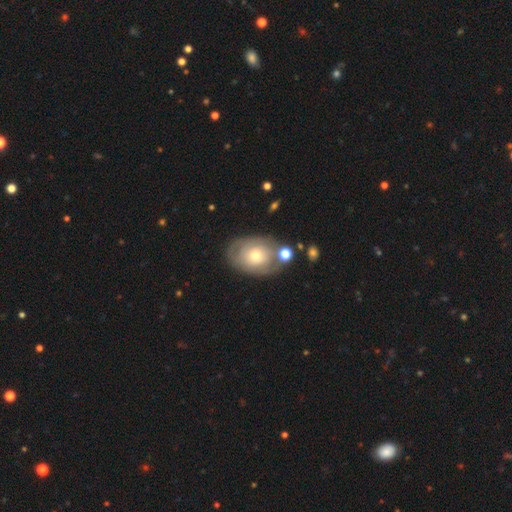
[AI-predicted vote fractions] This is possibly a smooth galaxy (49%). Merging: likely none (65%).